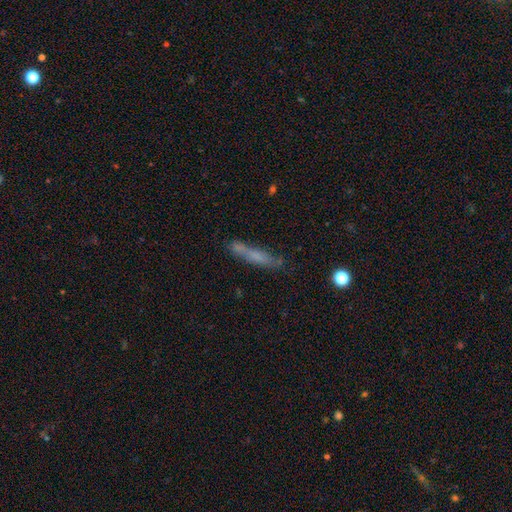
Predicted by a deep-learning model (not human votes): Smooth or featured? smooth (60%)
How rounded? cigar-shaped (88%)
Merging? none (65%)